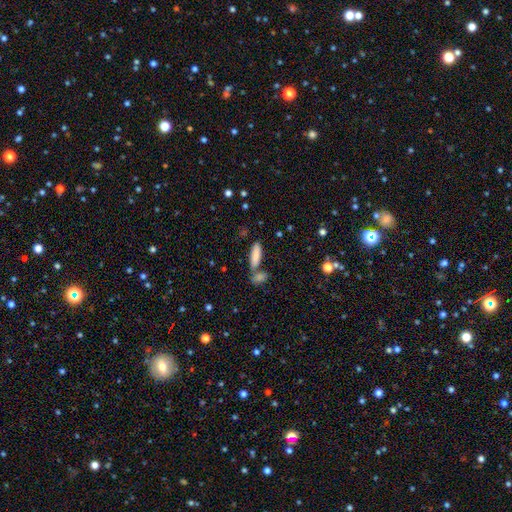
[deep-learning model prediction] Q: Smooth or featured?
A: smooth (86%); runner-up: featured or disk (7%)
Q: How rounded?
A: in between (49%); tied with: cigar-shaped (49%)
Q: Merging?
A: none (64%); runner-up: merger (24%)